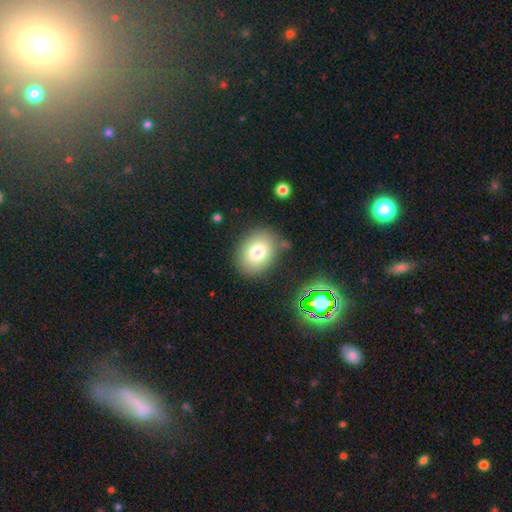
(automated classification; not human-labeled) A smooth galaxy with no disk features (73%) that is in between round and cigar-shaped (58%). Merging: none (83%).